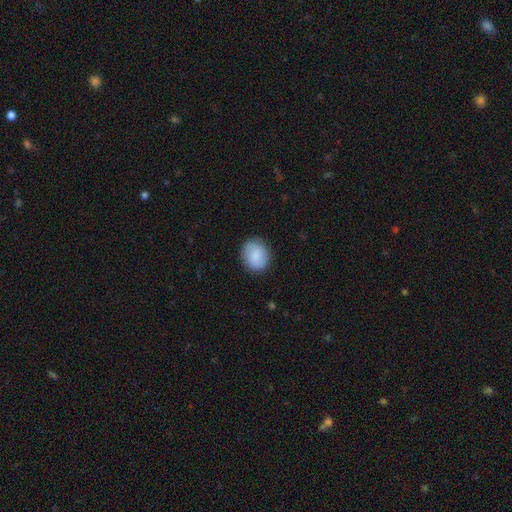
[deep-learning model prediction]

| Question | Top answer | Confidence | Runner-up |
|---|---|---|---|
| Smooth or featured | smooth | 79% | featured or disk (15%) |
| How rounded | round | 65% | in between (34%) |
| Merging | none | 86% | minor disturbance (10%) |